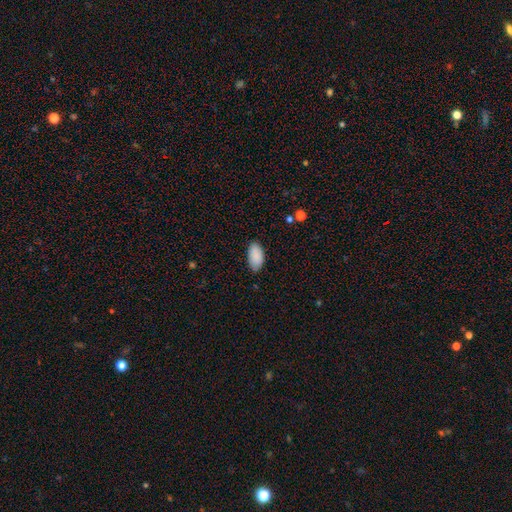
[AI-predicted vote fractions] smooth-or-featured: smooth: 90% | star or artifact: 6% | featured or disk: 4%
  how-rounded: in between: 95% | round: 2% | cigar-shaped: 2%
  merging: none: 83% | minor disturbance: 14% | major disturbance: 2% | merger: 1%